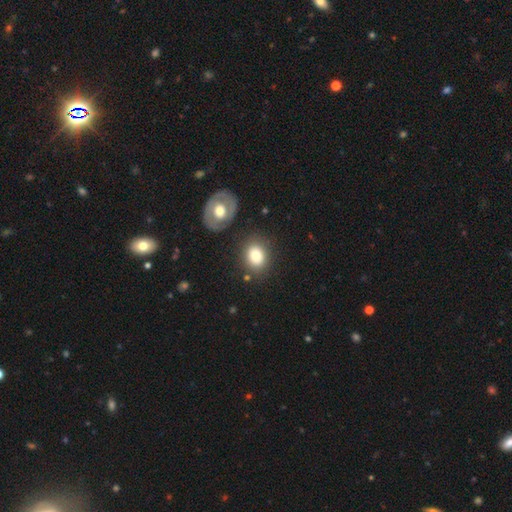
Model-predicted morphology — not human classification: A smooth galaxy with no disk features (81%) that is round (53%). Merging: none (77%).